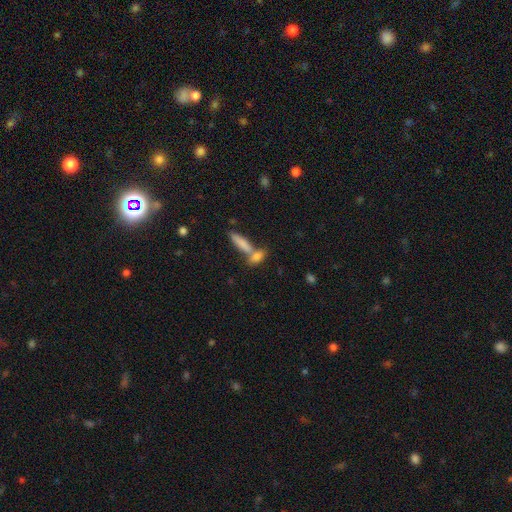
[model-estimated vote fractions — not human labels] smooth 76%, featured or disk 15%, star or artifact 9%. Down the decision tree: how rounded — in between (53%); merging — merger (45%).